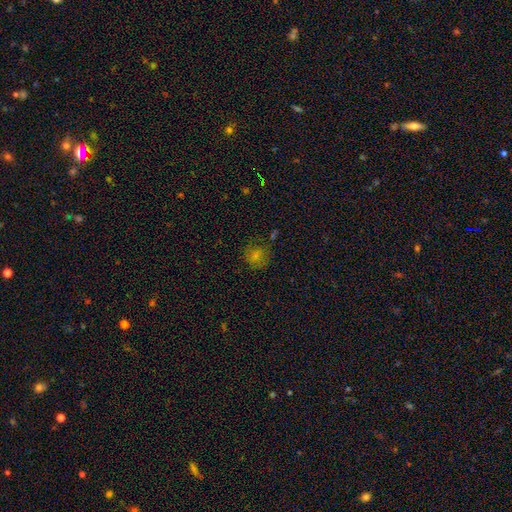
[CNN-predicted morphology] Smooth or featured?
  - smooth: 59% *
  - star or artifact: 28%
  - featured or disk: 13%
How rounded?
  - round: 85% *
  - in between: 14%
  - cigar-shaped: 1%
Merging?
  - none: 77% *
  - minor disturbance: 15%
  - major disturbance: 6%
  - merger: 3%